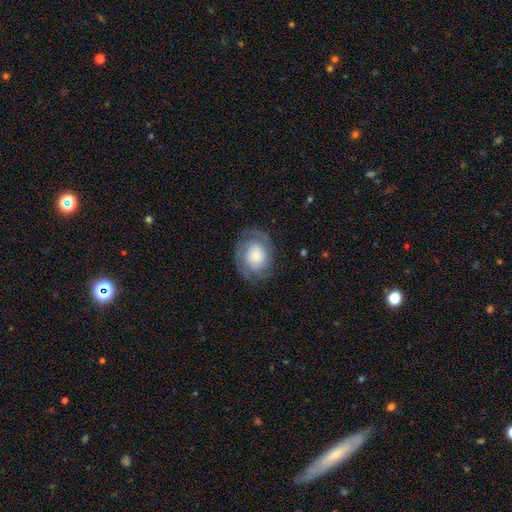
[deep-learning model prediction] smooth-or-featured: featured or disk: 53% | smooth: 39% | star or artifact: 8%
  disk-edge-on: no: 97% | yes: 3%
    bar: no: 81% | weak: 16% | strong: 3%
    has-spiral-arms: yes: 82% | no: 18%
    bulge-size: small: 31% | large: 29% | moderate: 27% | dominant: 7% | none: 6%
  merging: none: 74% | minor disturbance: 17% | major disturbance: 8% | merger: 1%